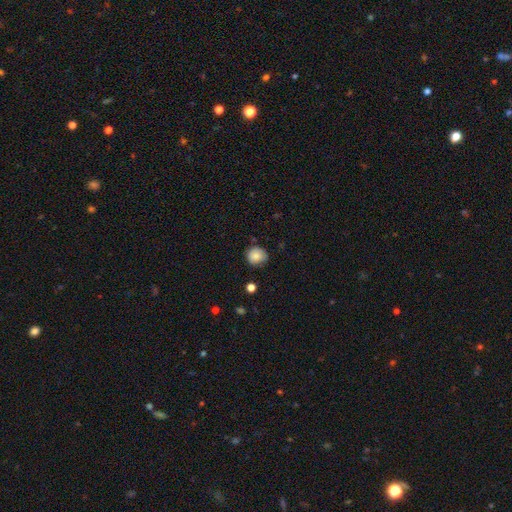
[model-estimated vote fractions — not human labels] Smooth or featured: smooth — 85% (star or artifact — 9%)
How rounded: round — 87% (in between — 12%)
Merging: none — 76% (minor disturbance — 19%)